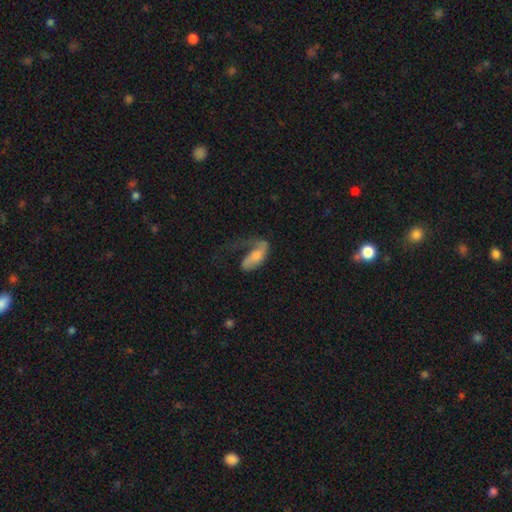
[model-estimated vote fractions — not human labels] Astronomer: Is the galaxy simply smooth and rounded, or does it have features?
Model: featured or disk — 48% (runner-up: smooth, 45%).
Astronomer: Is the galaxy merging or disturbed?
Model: major disturbance — 53%.